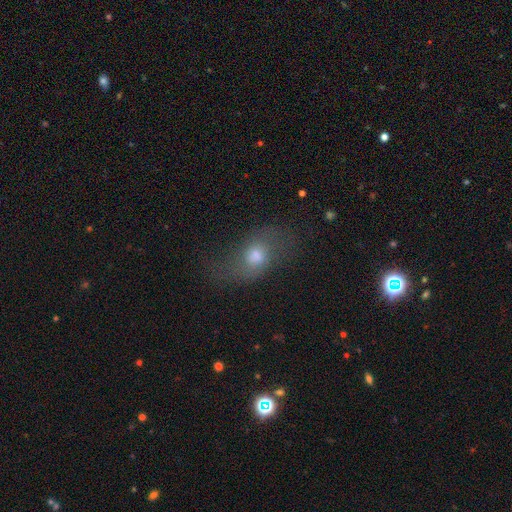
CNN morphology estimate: Smooth or featured: smooth — 49% (featured or disk — 39%)
Merging: none — 60% (minor disturbance — 21%)